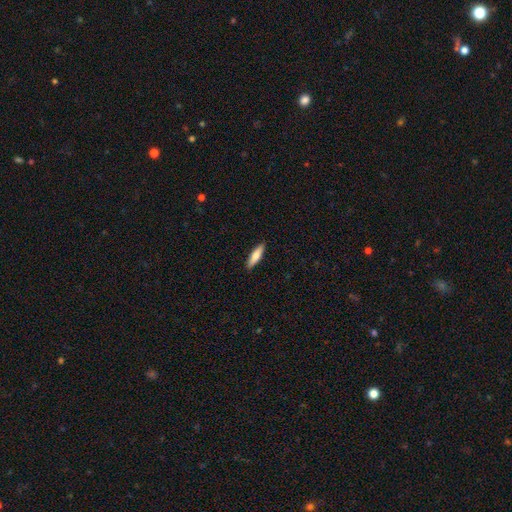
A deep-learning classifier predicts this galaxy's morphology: Smooth or featured? Predicted: smooth (p=0.72). How rounded? Predicted: cigar-shaped (p=0.68). Merging? Predicted: none (p=0.91).